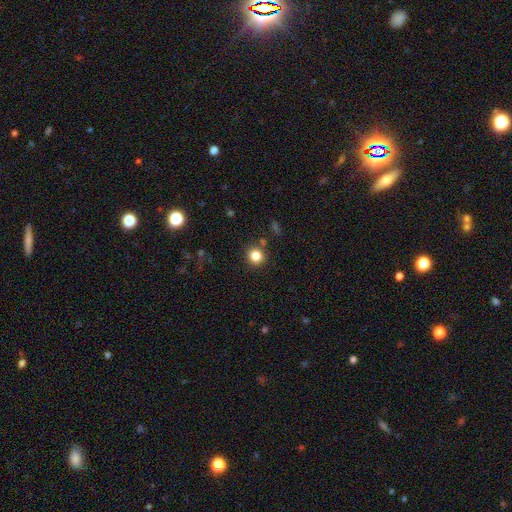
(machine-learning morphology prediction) Smooth or featured: smooth — 84% (star or artifact — 12%)
How rounded: round — 91% (in between — 8%)
Merging: none — 86% (minor disturbance — 7%)